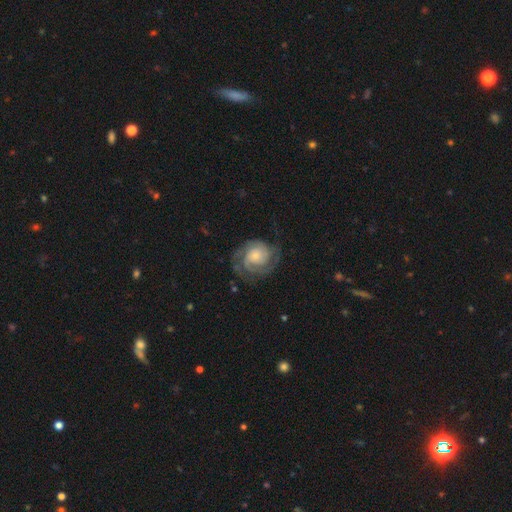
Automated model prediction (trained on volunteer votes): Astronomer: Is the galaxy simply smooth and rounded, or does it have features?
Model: featured or disk — 84%.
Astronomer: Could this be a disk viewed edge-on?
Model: no — 98%.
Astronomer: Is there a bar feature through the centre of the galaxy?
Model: no — 76%.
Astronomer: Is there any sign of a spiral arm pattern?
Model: yes — 96%.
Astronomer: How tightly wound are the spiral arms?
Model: tight — 61%.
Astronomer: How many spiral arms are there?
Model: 2 — 39% (runner-up: 3, 25%).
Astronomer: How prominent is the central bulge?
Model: small — 48% (runner-up: moderate, 37%).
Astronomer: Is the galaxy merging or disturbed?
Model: none — 70%.